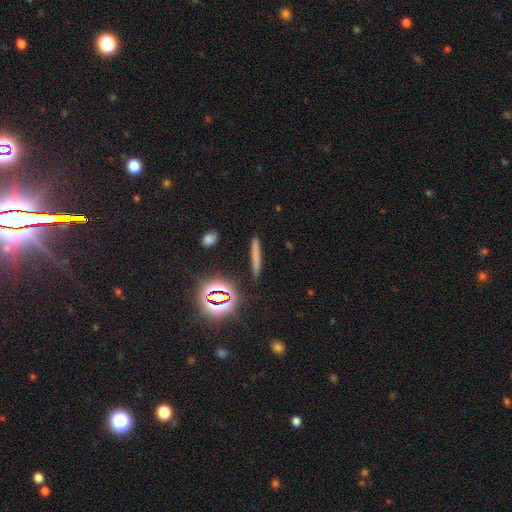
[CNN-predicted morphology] This appears to be a smooth galaxy with no disk features (59%) that is cigar-shaped (92%). Merging: none (89%).